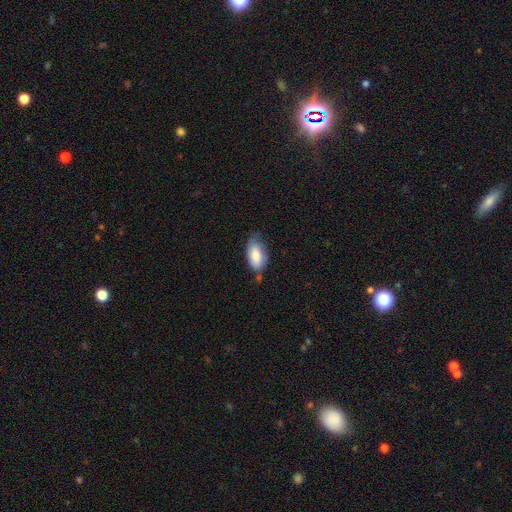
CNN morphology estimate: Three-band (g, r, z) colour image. It shows a smooth galaxy with no disk features (79%) that is in between round and cigar-shaped (93%). Merging: none (52%).